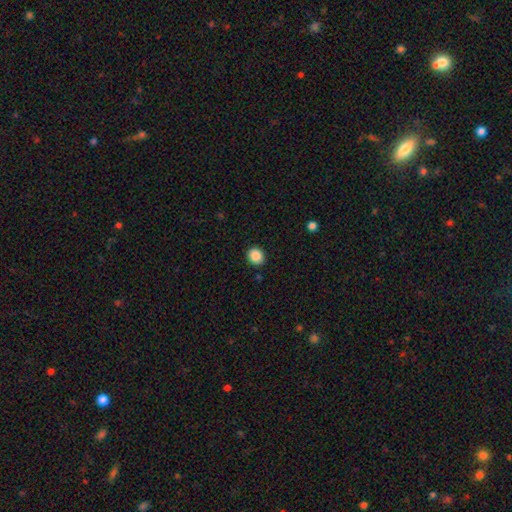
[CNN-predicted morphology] type=smooth (87%); roundness=round (73%); merging=none (91%).